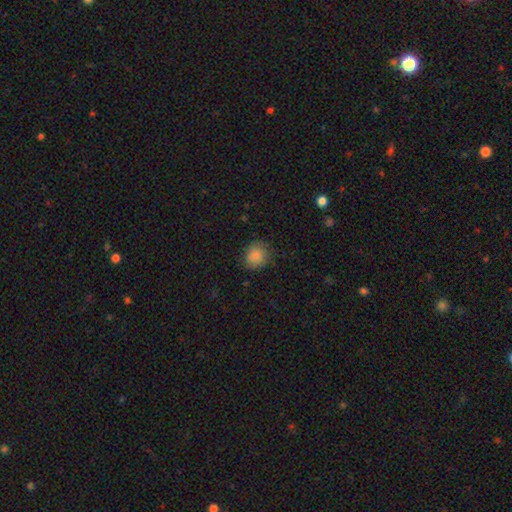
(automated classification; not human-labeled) Smooth or featured?
  - smooth: 86% *
  - star or artifact: 9%
  - featured or disk: 5%
How rounded?
  - round: 80% *
  - in between: 20%
  - cigar-shaped: 1%
Merging?
  - none: 77% *
  - minor disturbance: 17%
  - major disturbance: 5%
  - merger: 1%